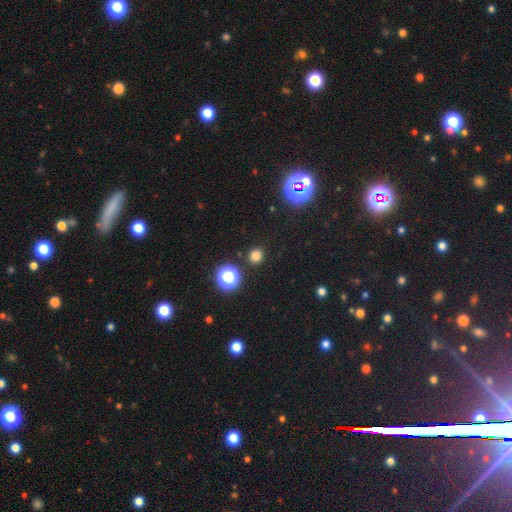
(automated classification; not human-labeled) This appears to be a smooth galaxy with no disk features (75%) that is round (87%). Merging: none (90%).